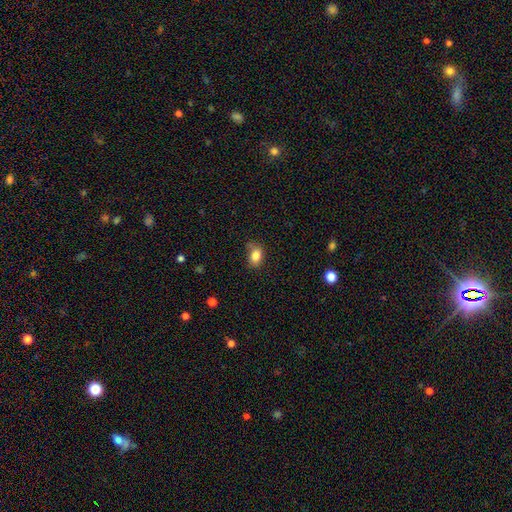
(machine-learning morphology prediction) The model was most divided on "merging": none: 67%, minor disturbance: 23%, major disturbance: 6%, merger: 4%. More confident: smooth or featured — smooth (83%); how rounded — in between (73%).